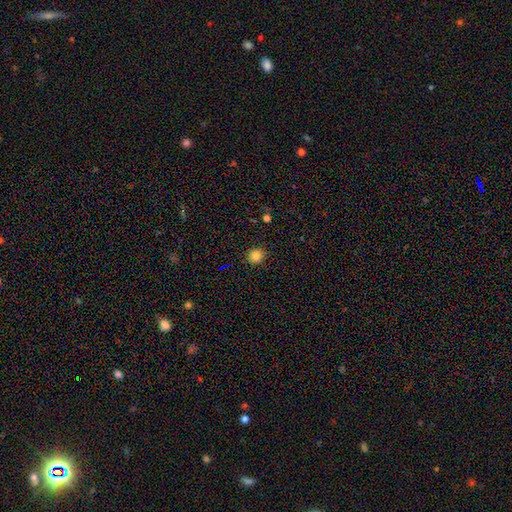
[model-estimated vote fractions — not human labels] The model was most divided on "how rounded": round: 85%, in between: 14%, cigar-shaped: 1%. More confident: merging — none (91%); smooth or featured — smooth (83%).